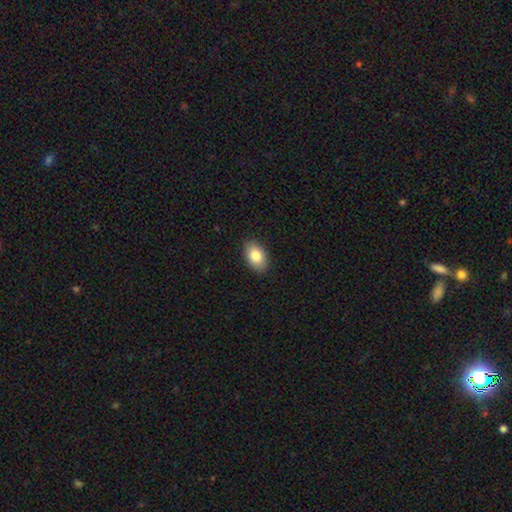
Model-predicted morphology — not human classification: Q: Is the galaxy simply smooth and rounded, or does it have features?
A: smooth — 86%.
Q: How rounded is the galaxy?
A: in between — 91%.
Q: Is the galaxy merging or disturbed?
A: none — 88%.